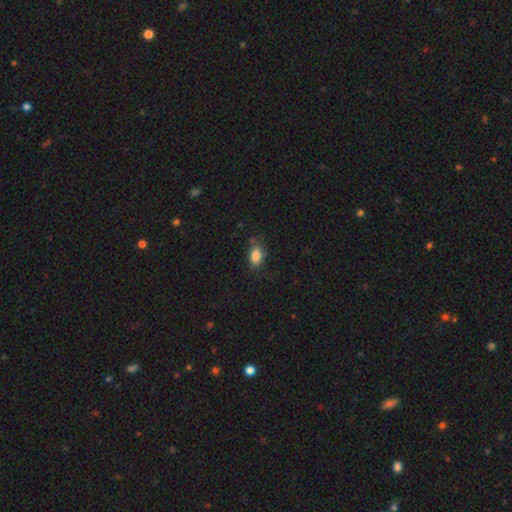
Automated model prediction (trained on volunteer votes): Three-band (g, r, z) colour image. It shows a smooth galaxy with no disk features (85%) that is in between round and cigar-shaped (87%). Merging: none (70%).